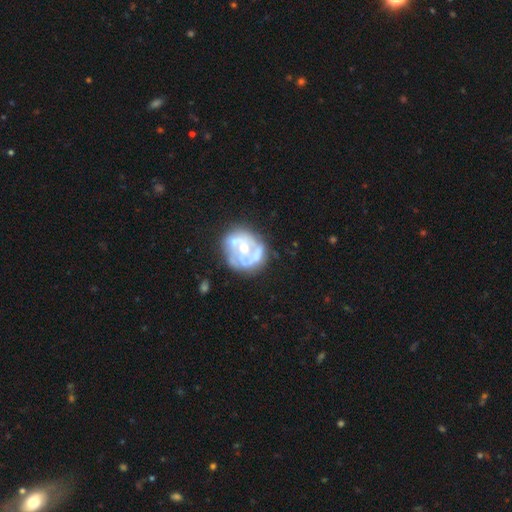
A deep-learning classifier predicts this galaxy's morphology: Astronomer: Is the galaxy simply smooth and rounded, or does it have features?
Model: featured or disk — 73%.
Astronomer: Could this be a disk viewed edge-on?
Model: no — 98%.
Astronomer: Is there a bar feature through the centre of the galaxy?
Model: no — 66%.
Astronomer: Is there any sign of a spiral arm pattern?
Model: yes — 59% (runner-up: no, 41%).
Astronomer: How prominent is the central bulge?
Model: moderate — 60%.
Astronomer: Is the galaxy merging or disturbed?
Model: none — 55%.